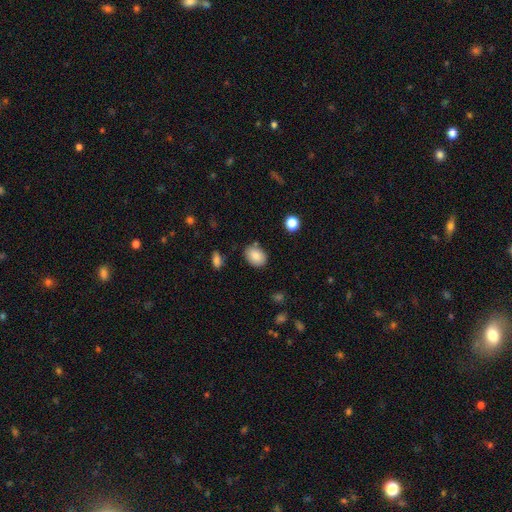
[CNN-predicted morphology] A smooth galaxy with no disk features (86%) that is in between round and cigar-shaped (70%).

Vote fractions:
- Smooth or featured? smooth: 86% / star or artifact: 8% / featured or disk: 6%
- How rounded? in between: 70% / round: 29% / cigar-shaped: 1%
- Merging? none: 79% / minor disturbance: 13% / merger: 4% / major disturbance: 3%